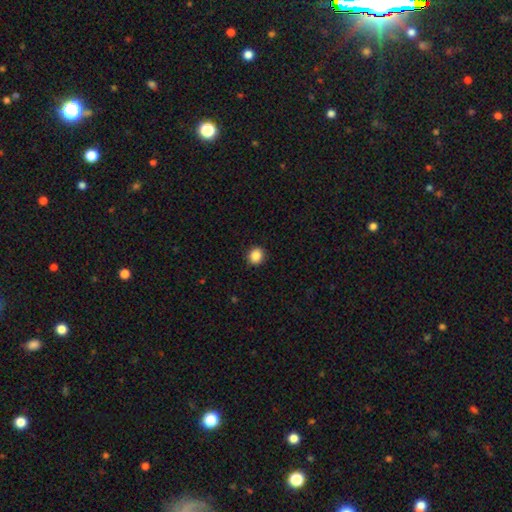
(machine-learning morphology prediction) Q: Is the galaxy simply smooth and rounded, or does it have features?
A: smooth — 87%.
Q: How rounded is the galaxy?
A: round — 83%.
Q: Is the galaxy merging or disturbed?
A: none — 92%.